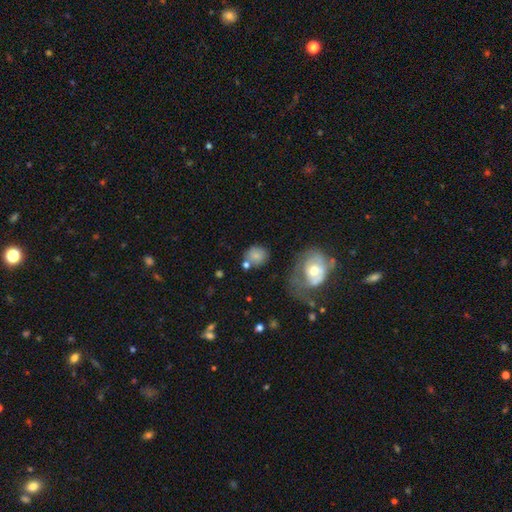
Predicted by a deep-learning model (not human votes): A smooth galaxy with no disk features (75%) that is round (70%).

Vote fractions:
- Smooth or featured? smooth: 75% / featured or disk: 16% / star or artifact: 10%
- How rounded? round: 70% / in between: 29% / cigar-shaped: 1%
- Merging? none: 58% / minor disturbance: 17% / merger: 17% / major disturbance: 8%